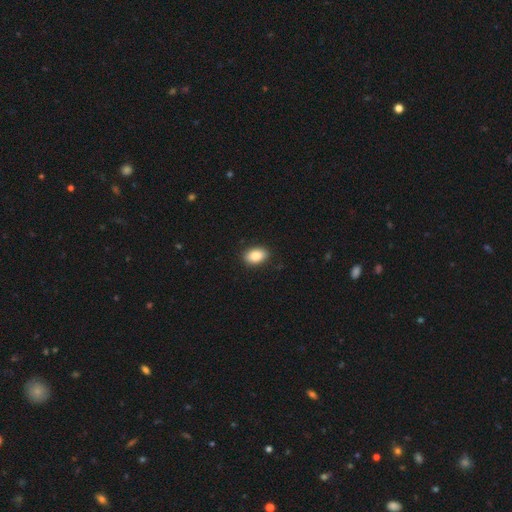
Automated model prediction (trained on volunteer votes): smooth_or_featured: smooth (p=0.86) [alt: star or artifact p=0.08]
how_rounded: in between (p=0.86) [alt: round p=0.13]
merging: none (p=0.89) [alt: minor disturbance p=0.08]